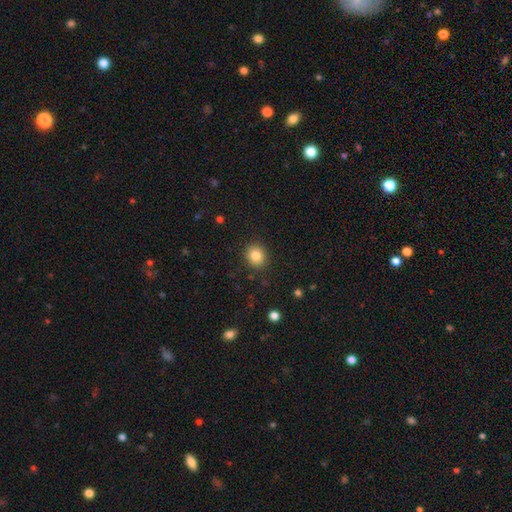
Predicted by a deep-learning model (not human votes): smooth-or-featured: smooth: 84% | star or artifact: 10% | featured or disk: 5%
  how-rounded: round: 76% | in between: 23% | cigar-shaped: 1%
  merging: none: 89% | minor disturbance: 7% | major disturbance: 2% | merger: 1%